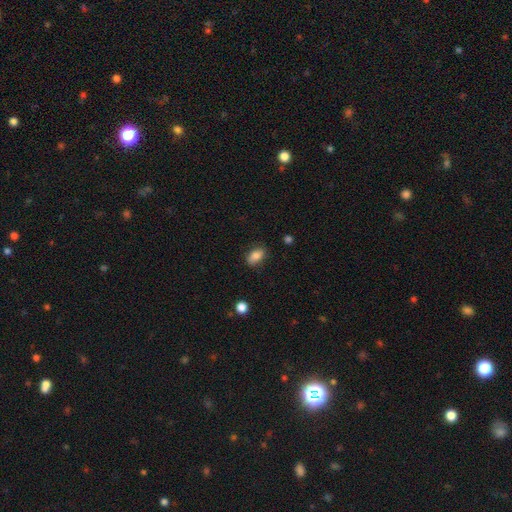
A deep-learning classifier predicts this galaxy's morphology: smooth 82%, featured or disk 9%, star or artifact 8%. Down the decision tree: how rounded — in between (87%); merging — none (80%).